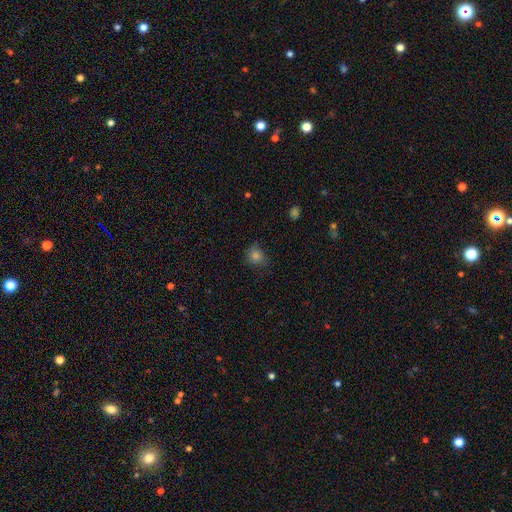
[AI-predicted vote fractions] This appears to be a smooth galaxy with no disk features (76%) that is round (75%). Merging: none (72%).